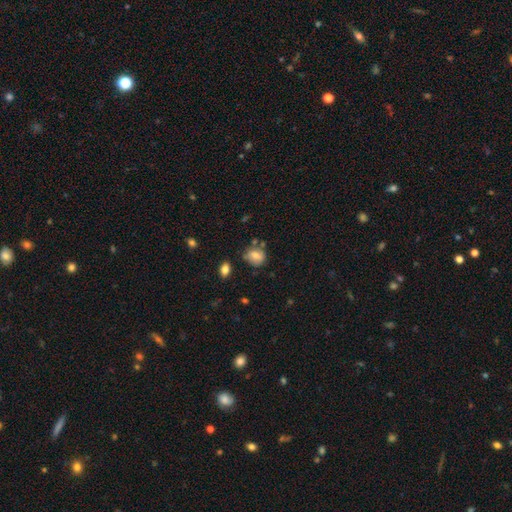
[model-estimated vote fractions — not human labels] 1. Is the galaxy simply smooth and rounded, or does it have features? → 75% smooth, 15% featured or disk, 10% star or artifact.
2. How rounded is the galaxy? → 51% round, 47% in between, 1% cigar-shaped.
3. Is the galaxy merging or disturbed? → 60% none, 24% minor disturbance, 10% merger, 7% major disturbance.